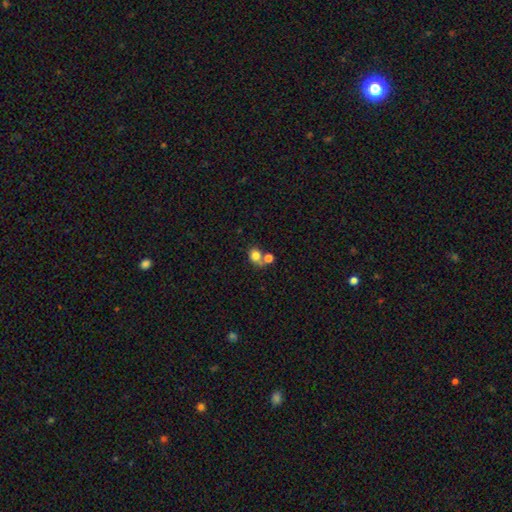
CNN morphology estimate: Smooth or featured?
  - smooth: 80% *
  - star or artifact: 11%
  - featured or disk: 10%
How rounded?
  - round: 63% *
  - in between: 36%
  - cigar-shaped: 1%
Merging?
  - merger: 44% *
  - none: 40%
  - minor disturbance: 10%
  - major disturbance: 6%